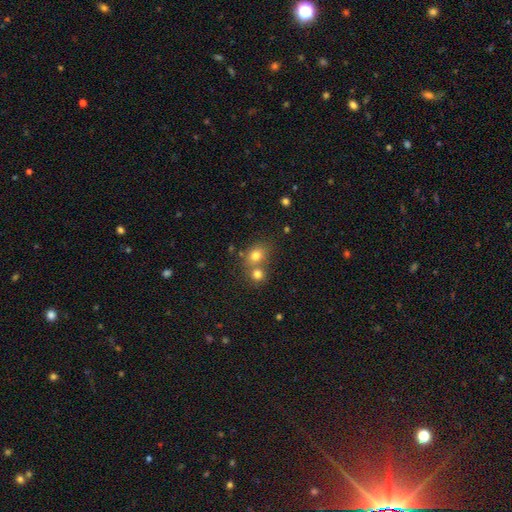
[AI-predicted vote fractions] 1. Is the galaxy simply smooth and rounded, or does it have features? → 76% smooth, 14% star or artifact, 10% featured or disk.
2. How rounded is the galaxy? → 62% round, 37% in between, 1% cigar-shaped.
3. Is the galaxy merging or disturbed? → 45% none, 44% merger, 8% minor disturbance, 3% major disturbance.